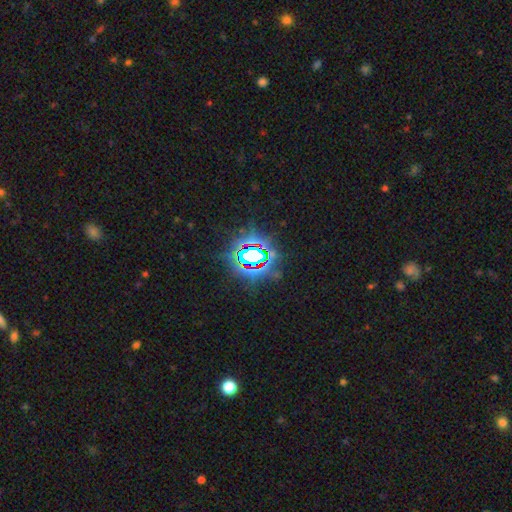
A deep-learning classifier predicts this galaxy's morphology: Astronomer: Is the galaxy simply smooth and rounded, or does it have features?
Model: star or artifact — 75%.